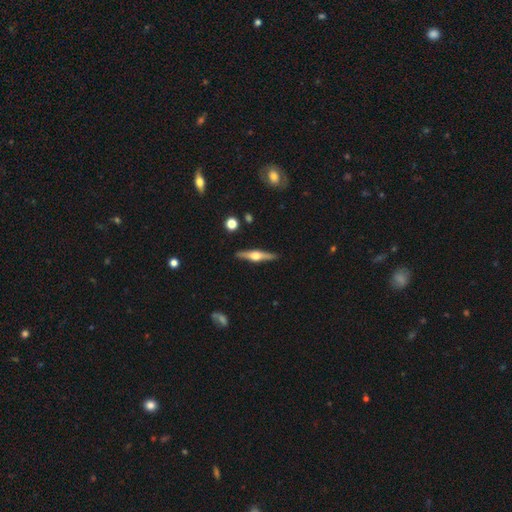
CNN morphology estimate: smooth-or-featured: featured or disk: 75% | smooth: 20% | star or artifact: 5%
  disk-edge-on: yes: 97% | no: 3%
    edge-on-bulge: rounded: 95% | boxy: 3% | none: 2%
  merging: none: 91% | minor disturbance: 6% | major disturbance: 1% | merger: 1%